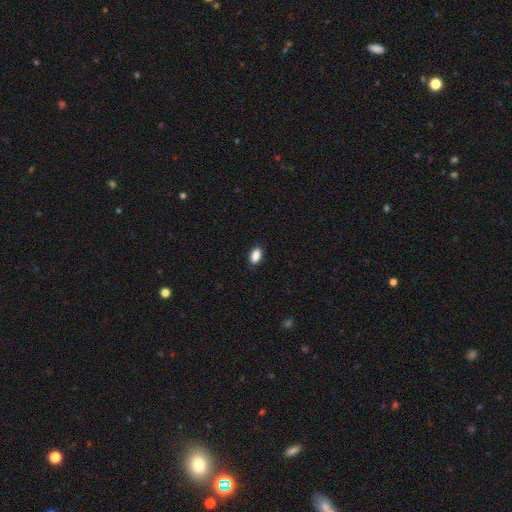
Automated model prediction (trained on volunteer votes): smooth 88%, star or artifact 8%, featured or disk 4%. Down the decision tree: how rounded — in between (91%); merging — none (87%).